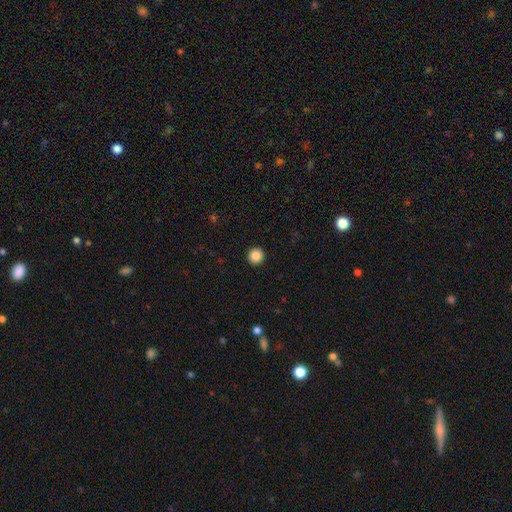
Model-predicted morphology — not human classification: Smooth or featured? smooth (86%)
How rounded? round (95%)
Merging? none (94%)